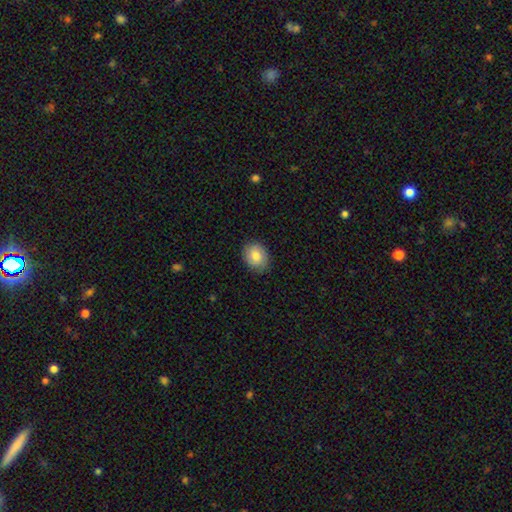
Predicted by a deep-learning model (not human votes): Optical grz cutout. It shows a smooth galaxy with no disk features (78%) that is round (52%). Merging: none (83%).